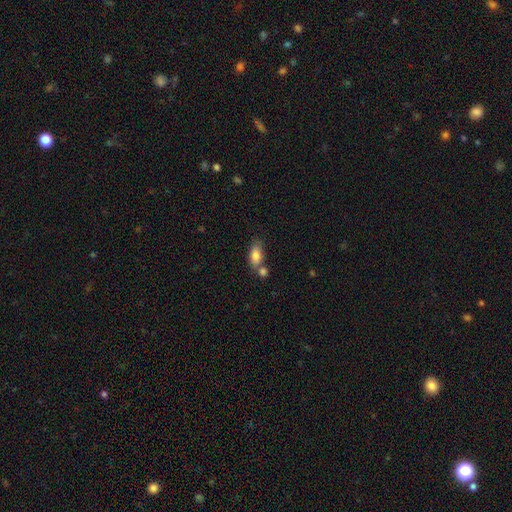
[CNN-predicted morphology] Smooth or featured? smooth (82%)
How rounded? in between (87%)
Merging? none (52%)